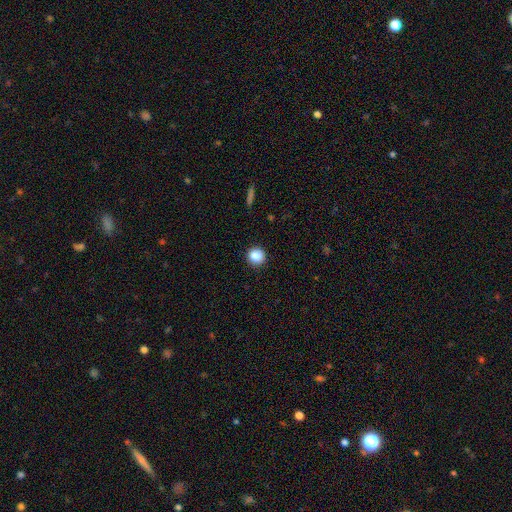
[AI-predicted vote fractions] This is clearly a smooth galaxy (87%). How rounded: clearly round (94%). Merging: clearly none (92%).